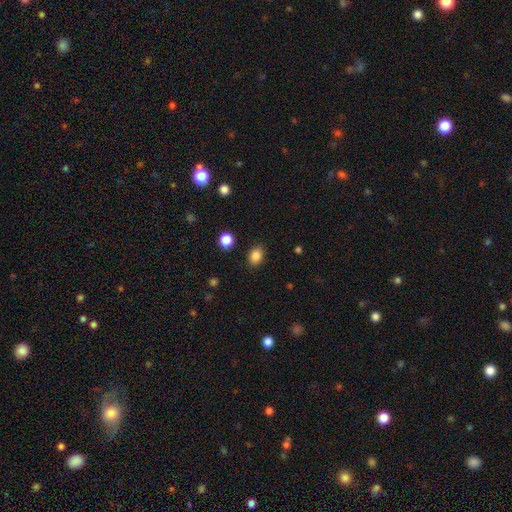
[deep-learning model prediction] This appears to be a smooth galaxy with no disk features (86%) that is in between round and cigar-shaped (66%). Merging: none (87%).